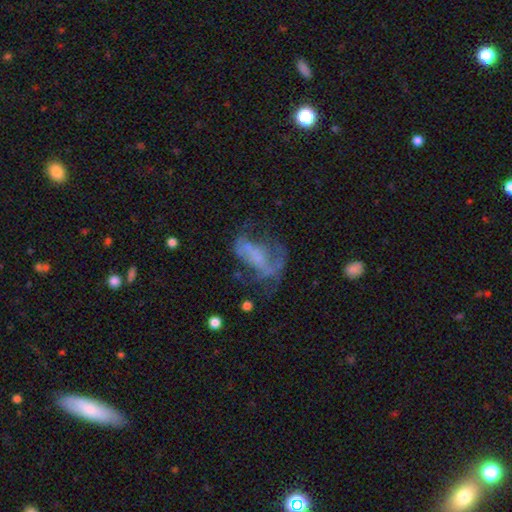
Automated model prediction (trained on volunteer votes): Smooth or featured? Predicted: featured or disk (p=0.57). Edge-on disk? Predicted: no (p=0.93). Bar? Predicted: no (p=0.60). Spiral arms? Predicted: no (p=0.52). Bulge size? Predicted: none (p=0.50). Merging? Predicted: major disturbance (p=0.41).